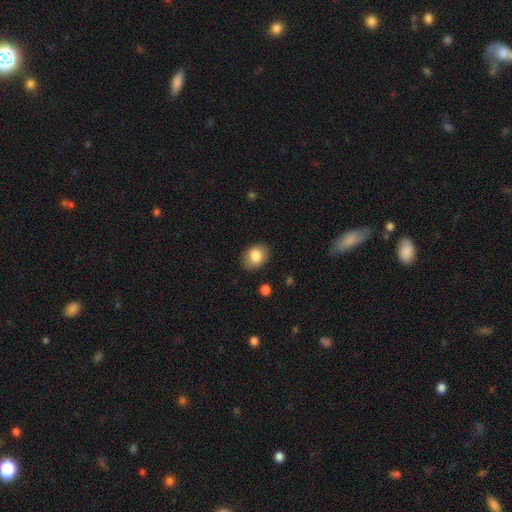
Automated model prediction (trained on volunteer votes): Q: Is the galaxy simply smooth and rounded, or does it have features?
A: smooth — 84%.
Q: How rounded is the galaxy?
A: in between — 65%.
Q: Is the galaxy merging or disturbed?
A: none — 85%.